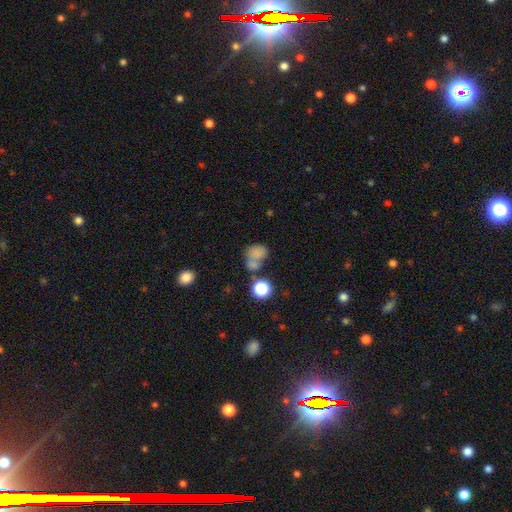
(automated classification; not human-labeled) smooth_or_featured: smooth (p=0.74) [alt: star or artifact p=0.14]
how_rounded: round (p=0.54) [alt: in between p=0.44]
merging: merger (p=0.40) [alt: none p=0.36]